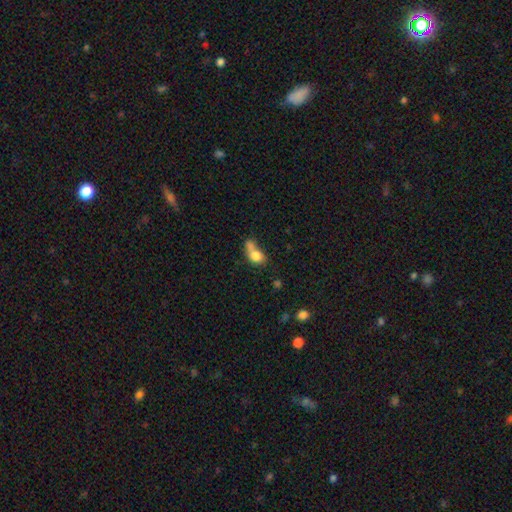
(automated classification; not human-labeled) A smooth galaxy with no disk features (77%) that is in between round and cigar-shaped (54%).

Vote fractions:
- Smooth or featured? smooth: 77% / featured or disk: 14% / star or artifact: 9%
- How rounded? in between: 54% / round: 44% / cigar-shaped: 3%
- Merging? merger: 57% / none: 22% / minor disturbance: 12% / major disturbance: 9%